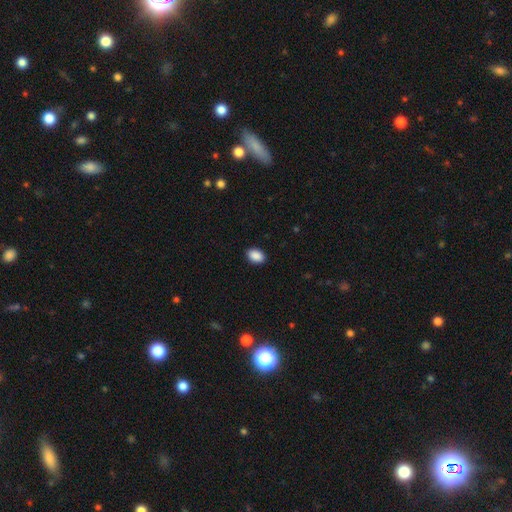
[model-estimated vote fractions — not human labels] The model was most divided on "how rounded": in between: 86%, round: 13%, cigar-shaped: 1%. More confident: smooth or featured — smooth (90%); merging — none (90%).